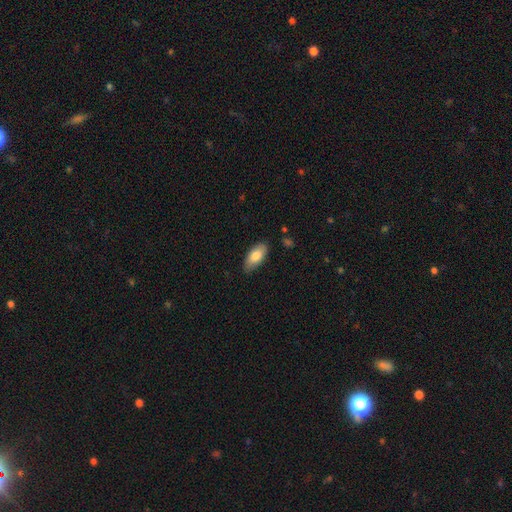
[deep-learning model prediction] Smooth or featured? smooth (81%)
How rounded? in between (91%)
Merging? none (80%)